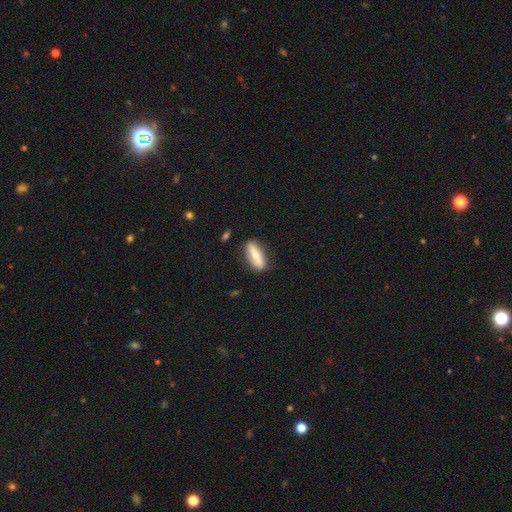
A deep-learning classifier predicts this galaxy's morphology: A smooth galaxy with no disk features (52%) that is in between round and cigar-shaped (56%). Merging: none (84%).